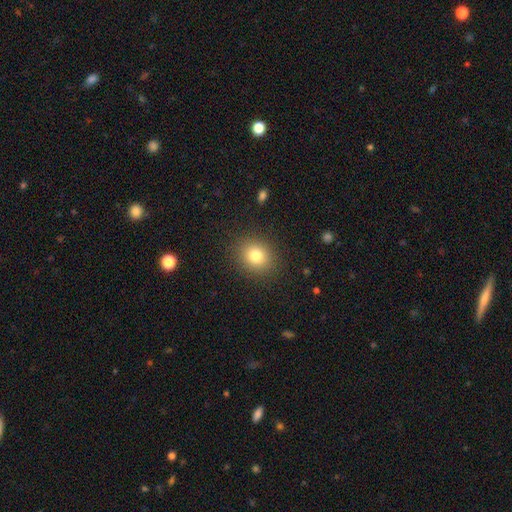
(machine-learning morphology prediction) Smooth or featured: smooth — 80% (star or artifact — 12%)
How rounded: round — 71% (in between — 28%)
Merging: none — 88% (minor disturbance — 8%)